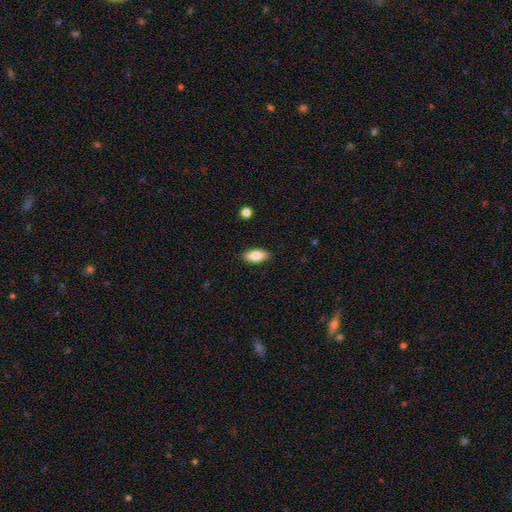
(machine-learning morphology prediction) smooth 82%, featured or disk 11%, star or artifact 6%. Down the decision tree: how rounded — in between (84%); merging — none (89%).